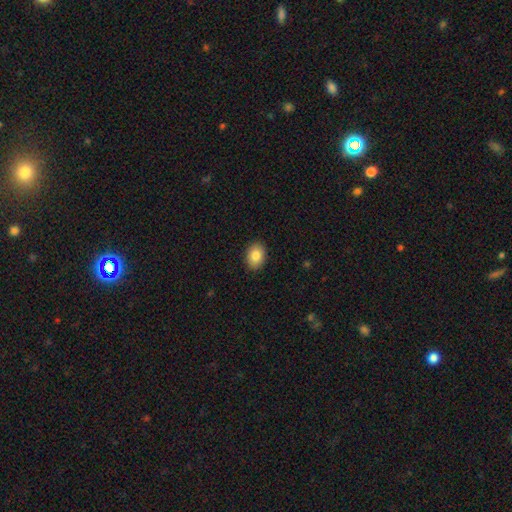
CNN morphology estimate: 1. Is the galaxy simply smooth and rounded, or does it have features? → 85% smooth, 8% star or artifact, 7% featured or disk.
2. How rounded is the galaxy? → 72% in between, 27% round, 1% cigar-shaped.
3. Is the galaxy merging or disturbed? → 90% none, 7% minor disturbance, 2% major disturbance, 1% merger.